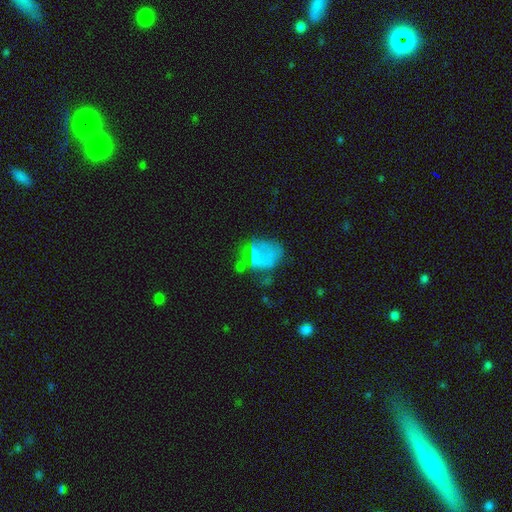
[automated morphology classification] A smooth galaxy with no disk features (48%).

Vote fractions:
- Smooth or featured? smooth: 48% / featured or disk: 34% / star or artifact: 18%
- Merging? none: 35% / major disturbance: 33% / minor disturbance: 25% / merger: 7%